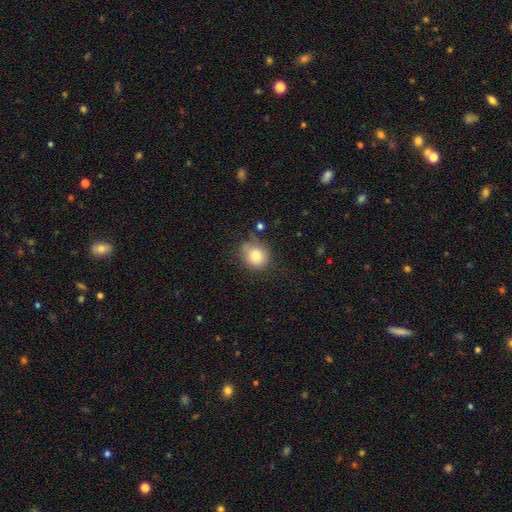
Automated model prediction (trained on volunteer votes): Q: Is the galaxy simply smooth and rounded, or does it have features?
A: smooth — 80%.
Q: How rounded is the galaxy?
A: round — 76%.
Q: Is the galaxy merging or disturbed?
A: none — 69%.